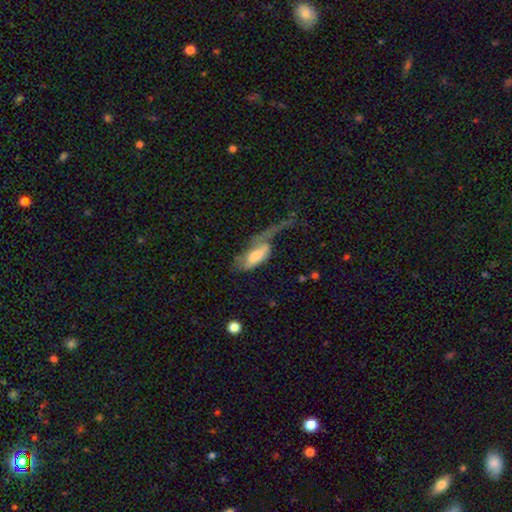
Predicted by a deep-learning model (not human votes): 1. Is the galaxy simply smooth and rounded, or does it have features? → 56% smooth, 37% featured or disk, 7% star or artifact.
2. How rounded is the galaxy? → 79% in between, 18% cigar-shaped, 3% round.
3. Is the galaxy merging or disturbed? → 62% major disturbance, 15% minor disturbance, 15% none, 8% merger.